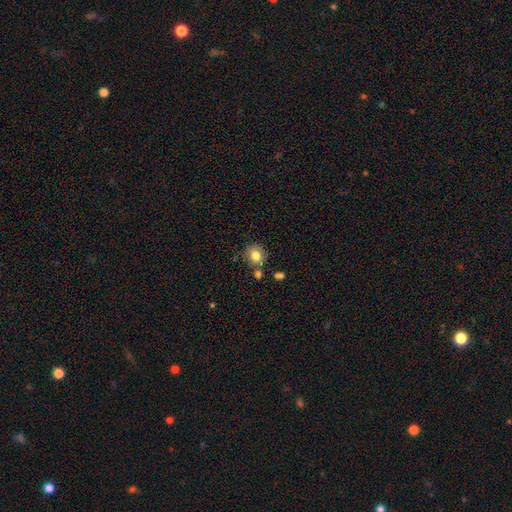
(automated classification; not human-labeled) Q: Smooth or featured?
A: smooth (79%); runner-up: featured or disk (12%)
Q: How rounded?
A: round (66%); runner-up: in between (33%)
Q: Merging?
A: none (70%); runner-up: minor disturbance (15%)